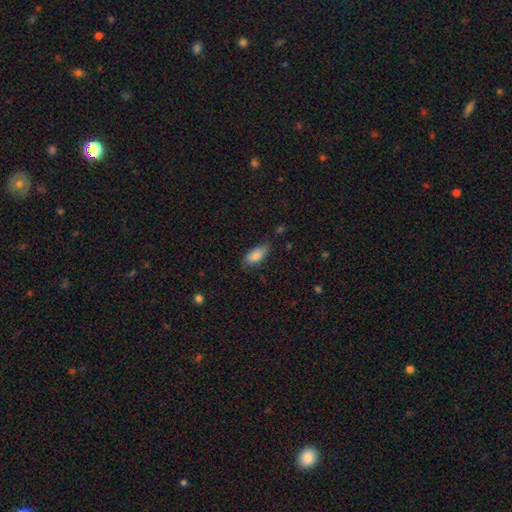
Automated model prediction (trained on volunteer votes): smooth_or_featured: smooth (p=0.83) [alt: featured or disk p=0.10]
how_rounded: in between (p=0.87) [alt: cigar-shaped p=0.11]
merging: none (p=0.71) [alt: minor disturbance p=0.23]